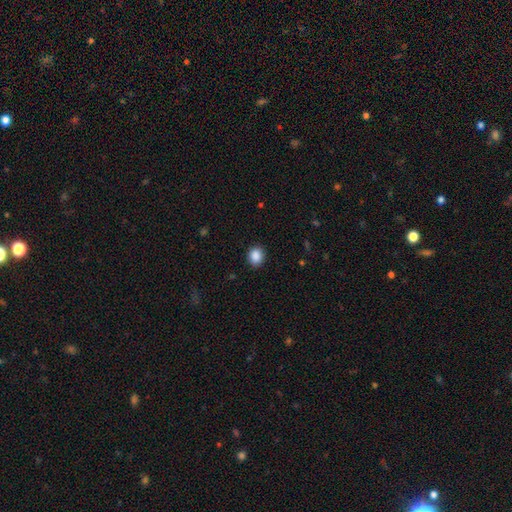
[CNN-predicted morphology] The model was most divided on "how rounded": round: 62%, in between: 37%, cigar-shaped: 1%. More confident: merging — none (89%); smooth or featured — smooth (89%).